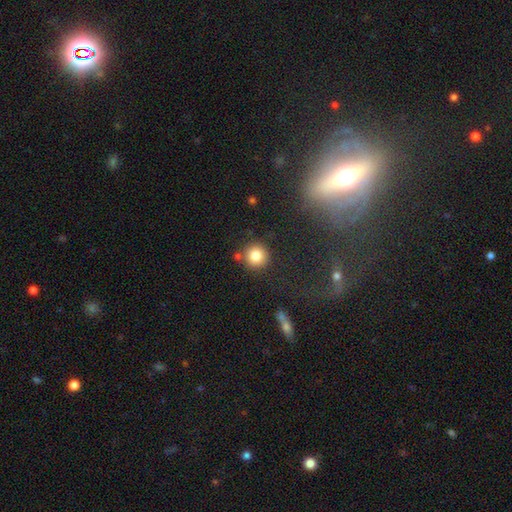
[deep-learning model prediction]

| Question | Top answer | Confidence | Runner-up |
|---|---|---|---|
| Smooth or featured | smooth | 82% | star or artifact (11%) |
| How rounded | round | 93% | in between (6%) |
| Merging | none | 82% | minor disturbance (8%) |